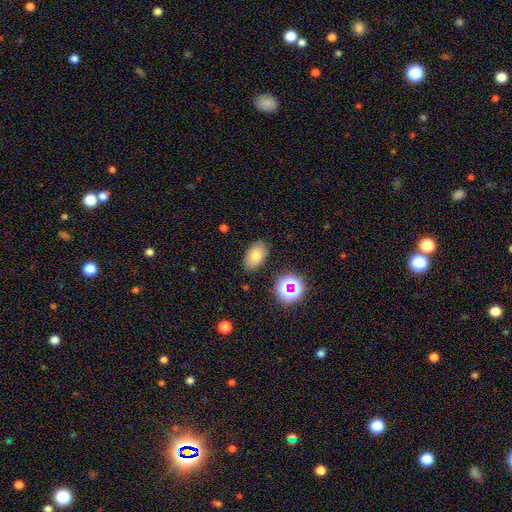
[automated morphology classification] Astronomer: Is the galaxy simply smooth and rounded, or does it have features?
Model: smooth — 73%.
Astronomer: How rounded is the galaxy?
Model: in between — 89%.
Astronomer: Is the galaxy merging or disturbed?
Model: none — 84%.